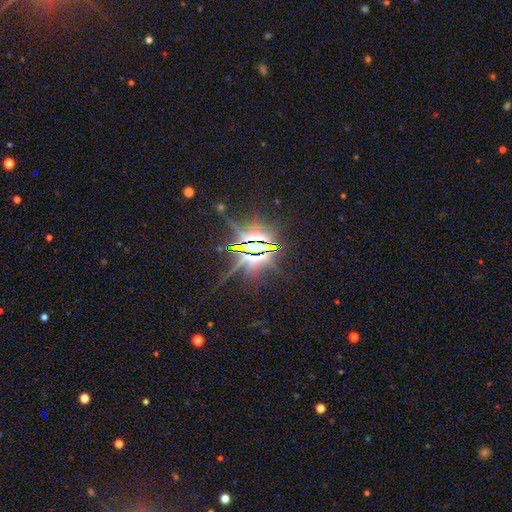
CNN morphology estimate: smooth-or-featured: star or artifact: 81% | featured or disk: 12% | smooth: 7%